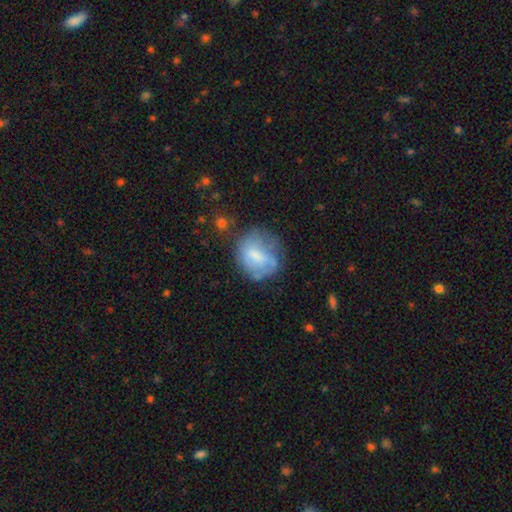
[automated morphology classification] This is possibly a smooth galaxy (56%). How rounded: likely round (64%). Merging: possibly none (50%).